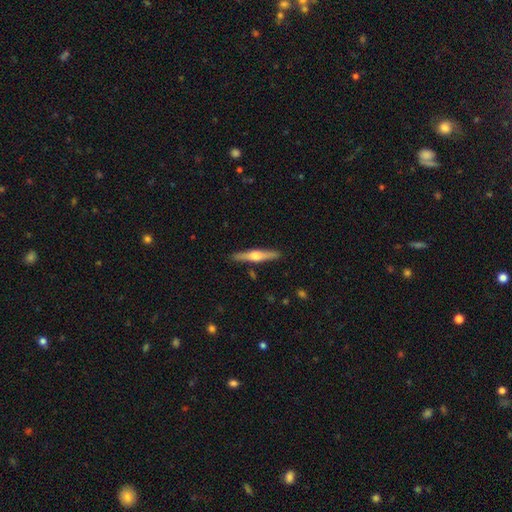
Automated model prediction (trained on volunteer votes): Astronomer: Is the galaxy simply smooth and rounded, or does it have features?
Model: featured or disk — 66%.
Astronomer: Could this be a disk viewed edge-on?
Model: yes — 97%.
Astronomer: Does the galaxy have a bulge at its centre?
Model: rounded — 91%.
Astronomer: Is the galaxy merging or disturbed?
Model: none — 90%.